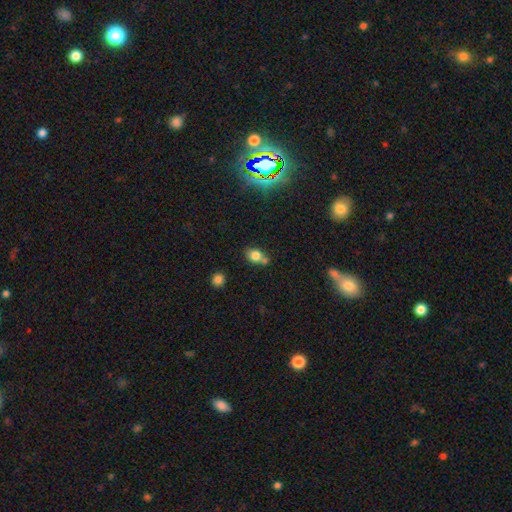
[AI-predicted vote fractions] Q: Smooth or featured?
A: smooth (77%); runner-up: star or artifact (12%)
Q: How rounded?
A: in between (52%); runner-up: round (47%)
Q: Merging?
A: none (48%); runner-up: merger (32%)